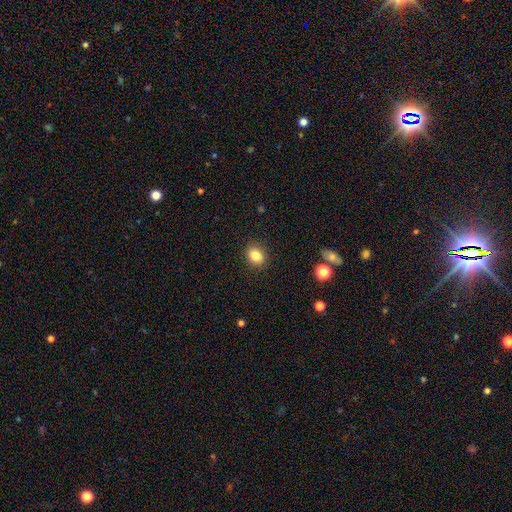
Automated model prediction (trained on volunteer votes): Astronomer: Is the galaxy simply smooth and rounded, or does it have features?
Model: smooth — 84%.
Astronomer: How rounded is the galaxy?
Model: round — 51% (runner-up: in between, 48%).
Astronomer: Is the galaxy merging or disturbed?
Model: none — 89%.